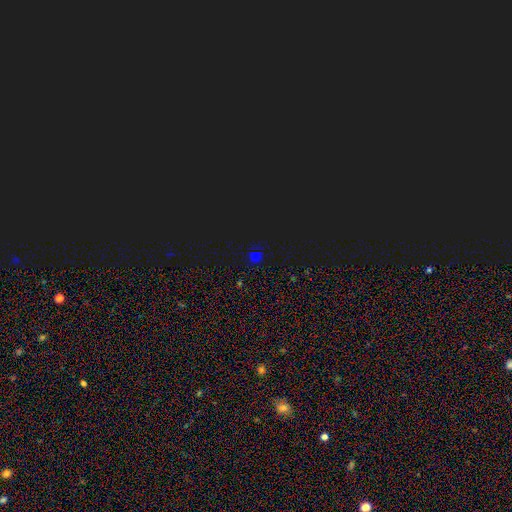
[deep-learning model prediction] Q: Smooth or featured?
A: star or artifact (54%); runner-up: smooth (41%)